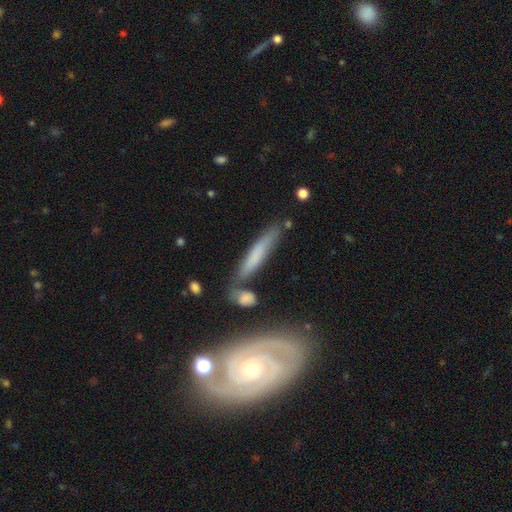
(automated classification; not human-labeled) Q: Smooth or featured?
A: smooth (50%); runner-up: featured or disk (44%)
Q: Merging?
A: none (71%); runner-up: minor disturbance (16%)